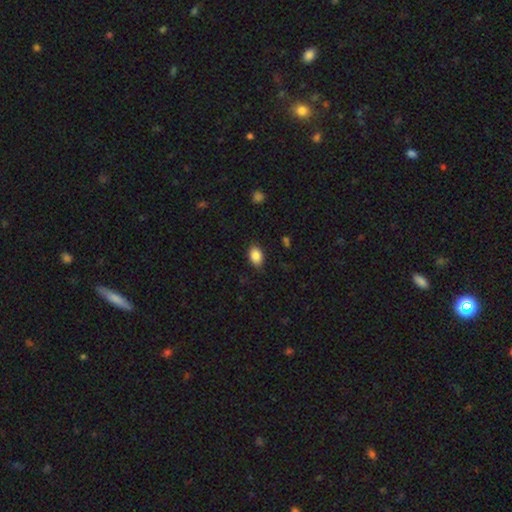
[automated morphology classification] smooth 86%, star or artifact 8%, featured or disk 6%. Down the decision tree: how rounded — in between (83%); merging — none (84%).